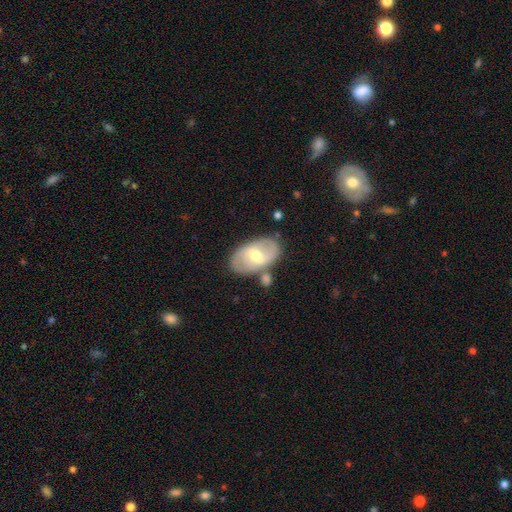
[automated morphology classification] A featured or disk galaxy (63%) with a weak bar (55%), spiral arms (68%) and a moderate central bulge (69%).

Vote fractions:
- Smooth or featured? featured or disk: 63% / smooth: 32% / star or artifact: 6%
- Edge-on disk? no: 93% / yes: 7%
- Bar? weak: 55% / strong: 24% / no: 20%
- Spiral arms? yes: 68% / no: 32%
- Bulge size? moderate: 69% / small: 23% / large: 6% / none: 1% / dominant: 1%
- Merging? none: 68% / minor disturbance: 16% / merger: 11% / major disturbance: 5%